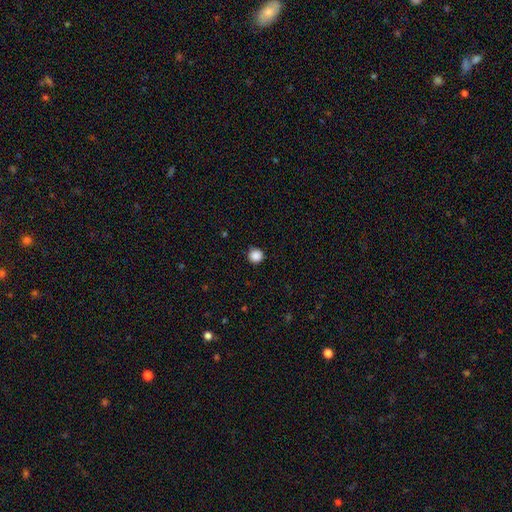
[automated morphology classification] smooth_or_featured: smooth (p=0.88) [alt: star or artifact p=0.10]
how_rounded: round (p=0.95) [alt: in between p=0.04]
merging: none (p=0.90) [alt: minor disturbance p=0.07]